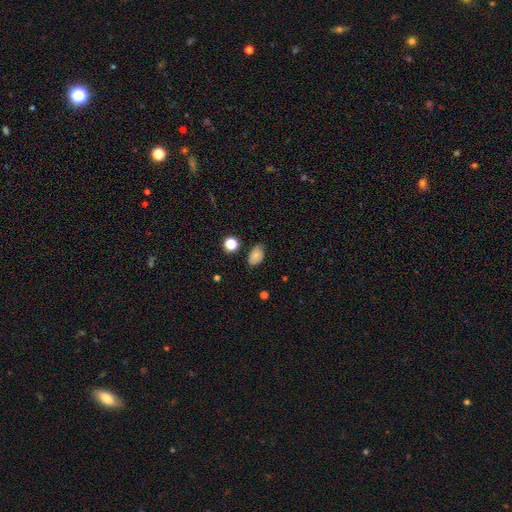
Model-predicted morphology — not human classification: type=smooth (80%); roundness=in between (87%); merging=none (78%).